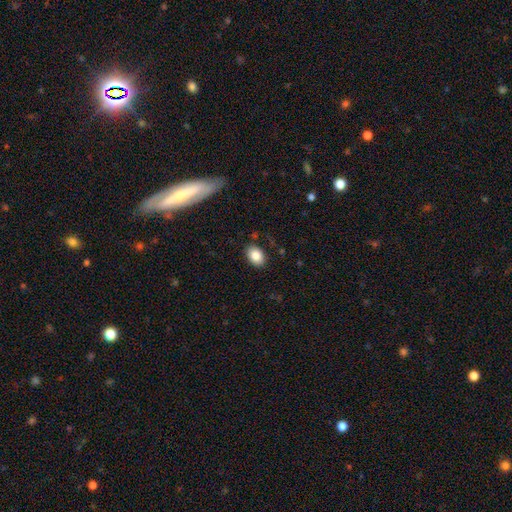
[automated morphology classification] smooth-or-featured: smooth: 85% | star or artifact: 8% | featured or disk: 7%
  how-rounded: in between: 78% | round: 21% | cigar-shaped: 1%
  merging: none: 86% | minor disturbance: 10% | major disturbance: 3% | merger: 2%